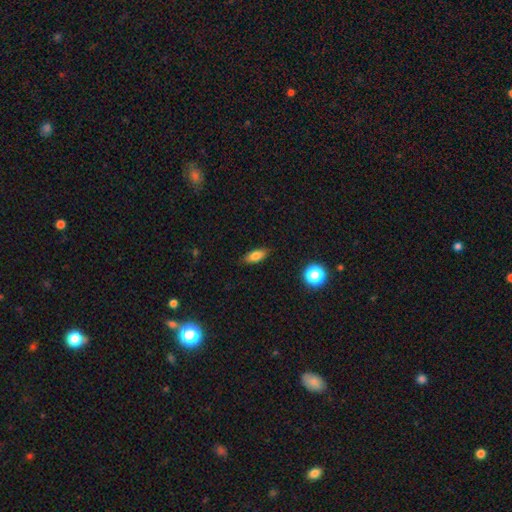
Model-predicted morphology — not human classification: smooth-or-featured: smooth: 80% | featured or disk: 11% | star or artifact: 10%
  how-rounded: in between: 82% | cigar-shaped: 13% | round: 5%
  merging: none: 86% | minor disturbance: 10% | major disturbance: 2% | merger: 1%